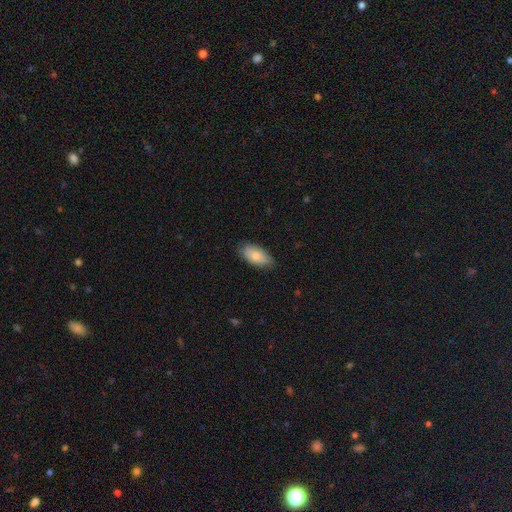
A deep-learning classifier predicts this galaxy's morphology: The model was most divided on "smooth or featured": smooth: 74%, featured or disk: 19%, star or artifact: 6%. More confident: how rounded — in between (93%); merging — none (78%).